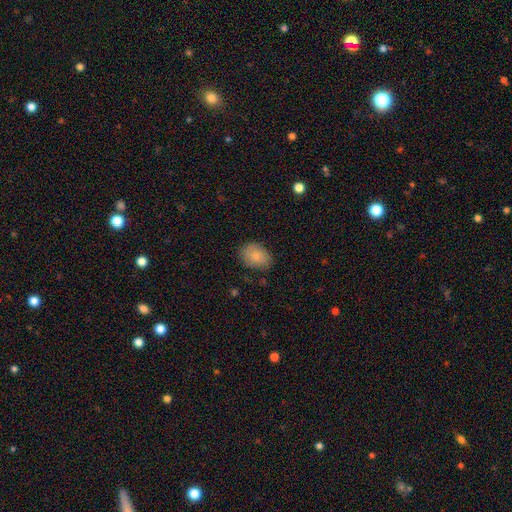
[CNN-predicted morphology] The model was most divided on "how rounded": in between: 70%, round: 29%, cigar-shaped: 1%. More confident: smooth or featured — smooth (84%); merging — none (78%).